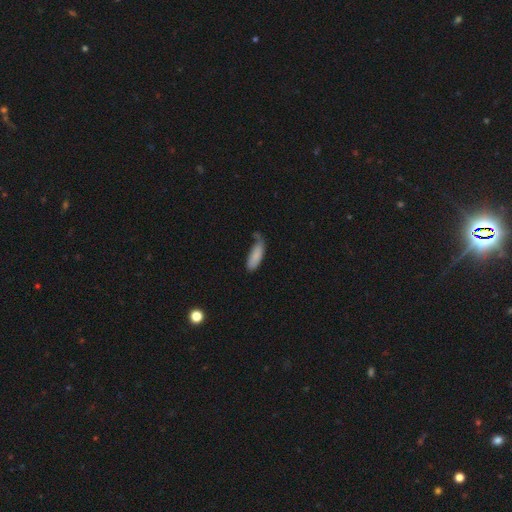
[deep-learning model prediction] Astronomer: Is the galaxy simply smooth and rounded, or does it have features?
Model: smooth — 84%.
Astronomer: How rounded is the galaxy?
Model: in between — 60% (runner-up: cigar-shaped, 38%).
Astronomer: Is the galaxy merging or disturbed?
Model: none — 45% (runner-up: minor disturbance, 35%).